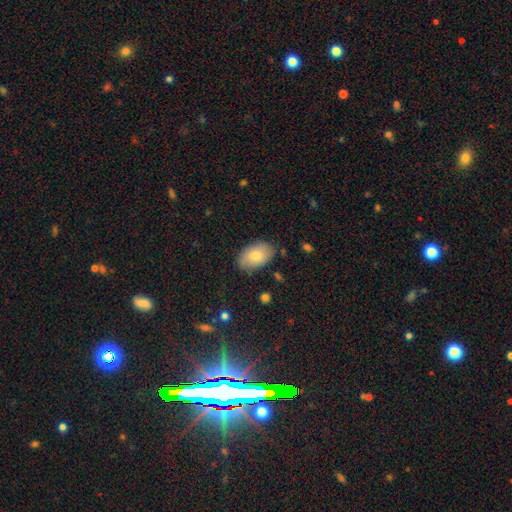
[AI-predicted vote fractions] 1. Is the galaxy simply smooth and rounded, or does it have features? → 78% smooth, 15% featured or disk, 7% star or artifact.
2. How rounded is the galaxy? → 92% in between, 7% round, 1% cigar-shaped.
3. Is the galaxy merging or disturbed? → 83% none, 13% minor disturbance, 3% major disturbance, 1% merger.